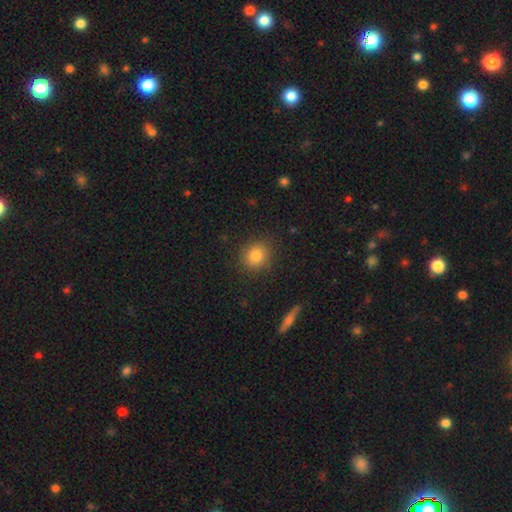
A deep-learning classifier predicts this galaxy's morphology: Q: Smooth or featured?
A: smooth (82%); runner-up: star or artifact (11%)
Q: How rounded?
A: round (83%); runner-up: in between (16%)
Q: Merging?
A: none (88%); runner-up: minor disturbance (8%)